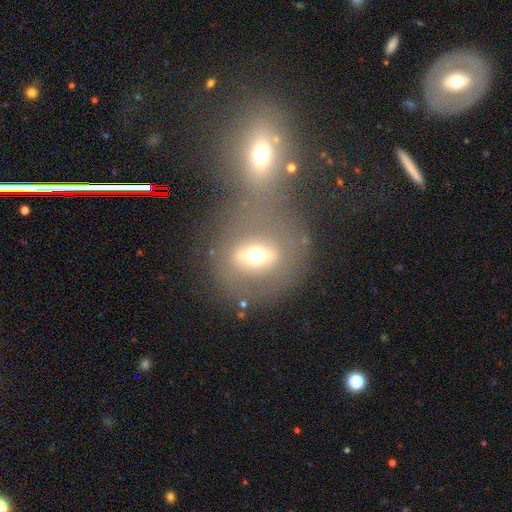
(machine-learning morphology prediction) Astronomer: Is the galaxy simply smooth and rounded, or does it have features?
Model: featured or disk — 52% (runner-up: smooth, 38%).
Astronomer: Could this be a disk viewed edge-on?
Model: no — 78%.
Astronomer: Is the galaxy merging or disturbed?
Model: none — 50% (runner-up: merger, 30%).